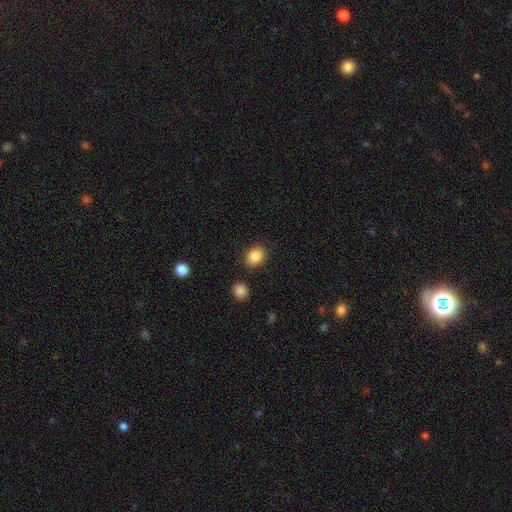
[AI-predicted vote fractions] Q: Smooth or featured?
A: smooth (87%); runner-up: star or artifact (9%)
Q: How rounded?
A: in between (51%); runner-up: round (48%)
Q: Merging?
A: none (85%); runner-up: minor disturbance (9%)